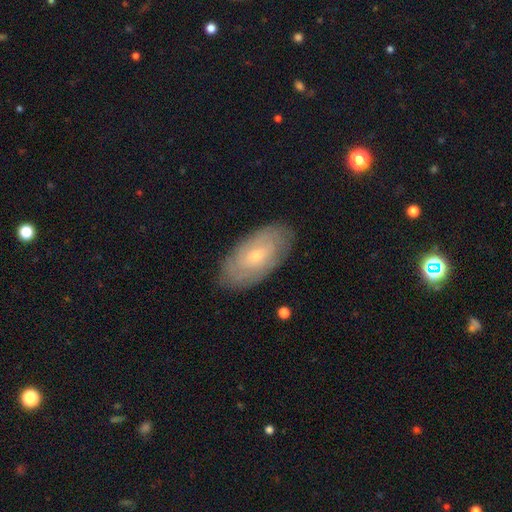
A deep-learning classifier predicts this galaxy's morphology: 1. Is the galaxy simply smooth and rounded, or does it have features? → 62% featured or disk, 31% smooth, 7% star or artifact.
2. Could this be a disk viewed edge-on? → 92% no, 8% yes.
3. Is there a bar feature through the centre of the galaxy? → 70% no, 25% weak, 5% strong.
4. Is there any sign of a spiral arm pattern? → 76% yes, 24% no.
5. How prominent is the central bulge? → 68% small, 28% moderate, 1% large, 1% none, 1% dominant.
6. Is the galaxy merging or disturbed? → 83% none, 13% minor disturbance, 3% major disturbance, 1% merger.